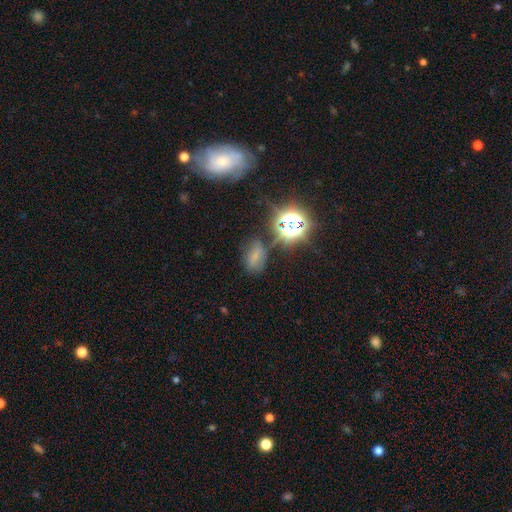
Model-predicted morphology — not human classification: Overall: smooth (50%; star or artifact 36%). Merging: none (61%; minor disturbance 22%).